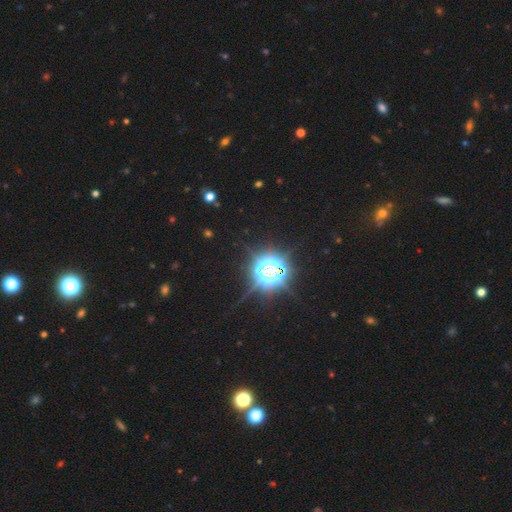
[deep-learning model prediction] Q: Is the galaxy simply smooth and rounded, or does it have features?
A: star or artifact — 83%.